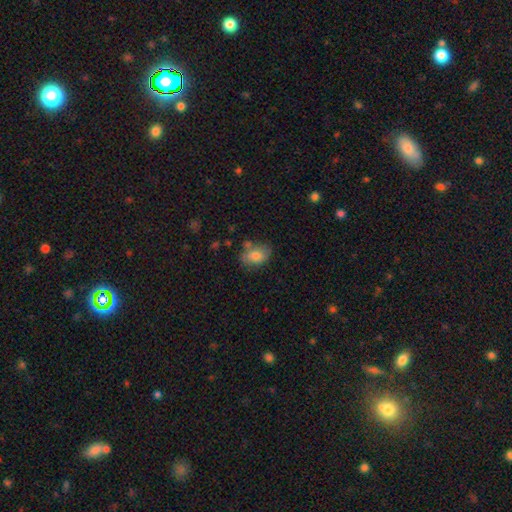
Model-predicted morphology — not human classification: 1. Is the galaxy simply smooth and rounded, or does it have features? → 78% smooth, 14% featured or disk, 8% star or artifact.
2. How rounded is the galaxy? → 77% in between, 21% round, 1% cigar-shaped.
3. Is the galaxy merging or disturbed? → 59% none, 23% minor disturbance, 11% merger, 7% major disturbance.